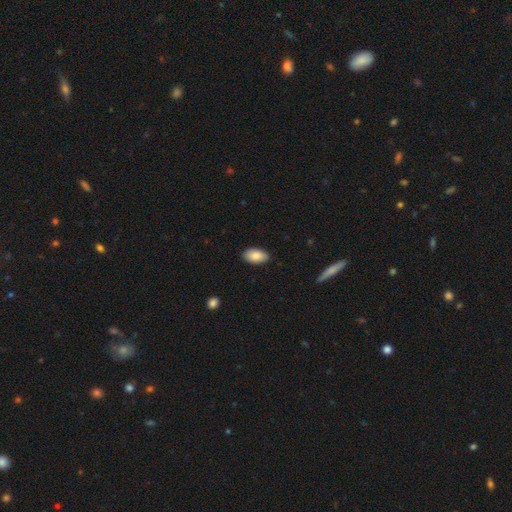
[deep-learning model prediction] Smooth or featured? Predicted: smooth (p=0.87). How rounded? Predicted: in between (p=0.95). Merging? Predicted: none (p=0.87).